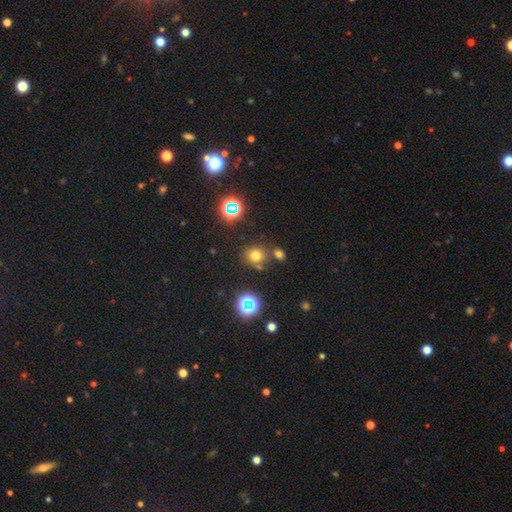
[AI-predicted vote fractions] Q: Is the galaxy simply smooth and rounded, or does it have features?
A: smooth — 67%.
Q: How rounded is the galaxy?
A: round — 83%.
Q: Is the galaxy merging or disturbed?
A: none — 72%.